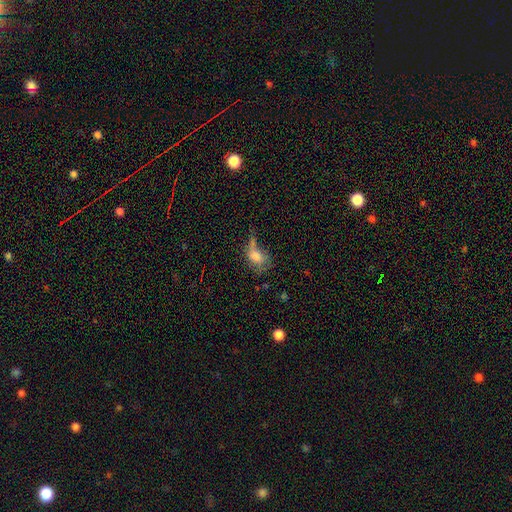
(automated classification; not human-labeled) Smooth or featured: smooth — 67% (featured or disk — 21%)
How rounded: in between — 74% (round — 24%)
Merging: major disturbance — 35% (none — 24%)